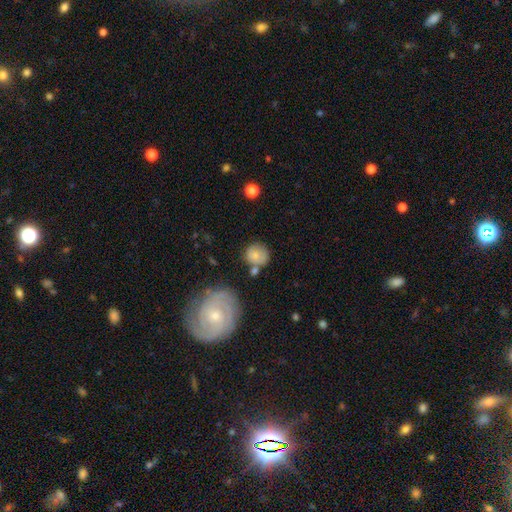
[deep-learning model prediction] Smooth or featured? Predicted: smooth (p=0.72). How rounded? Predicted: round (p=0.83). Merging? Predicted: none (p=0.64).